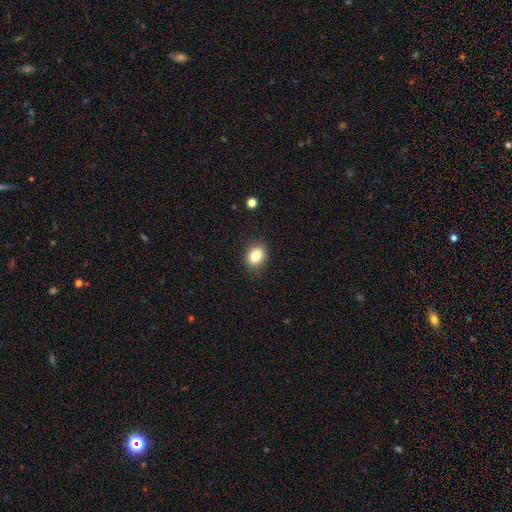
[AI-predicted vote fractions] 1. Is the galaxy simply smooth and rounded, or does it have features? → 82% smooth, 10% star or artifact, 7% featured or disk.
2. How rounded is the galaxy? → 54% in between, 45% round, 1% cigar-shaped.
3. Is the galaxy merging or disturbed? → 87% none, 9% minor disturbance, 2% major disturbance, 1% merger.